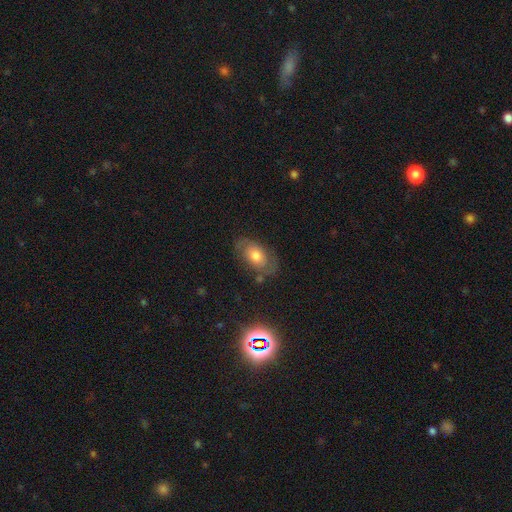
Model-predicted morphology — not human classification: Overall: featured or disk (48%; smooth 43%). Merging: none (70%).